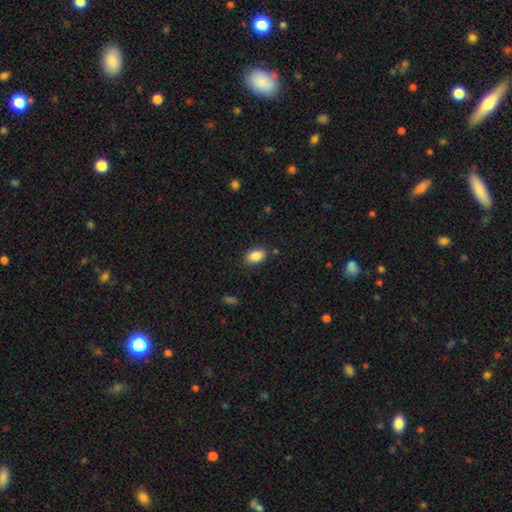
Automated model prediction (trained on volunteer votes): Overall: smooth (87%). How rounded: in between (86%). Merging: none (83%).